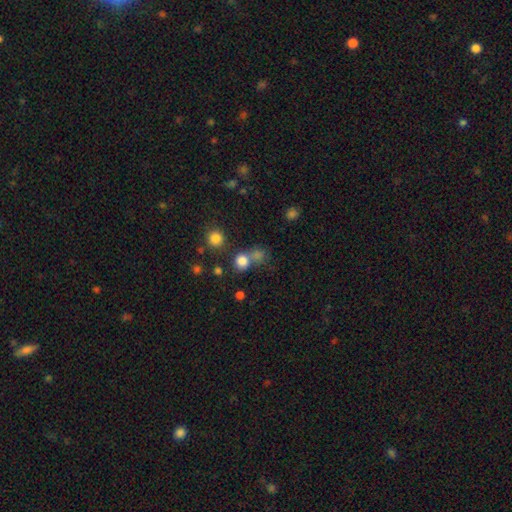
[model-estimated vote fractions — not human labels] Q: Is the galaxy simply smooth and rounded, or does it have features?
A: smooth — 60%.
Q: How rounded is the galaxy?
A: round — 81%.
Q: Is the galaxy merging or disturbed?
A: none — 57%.